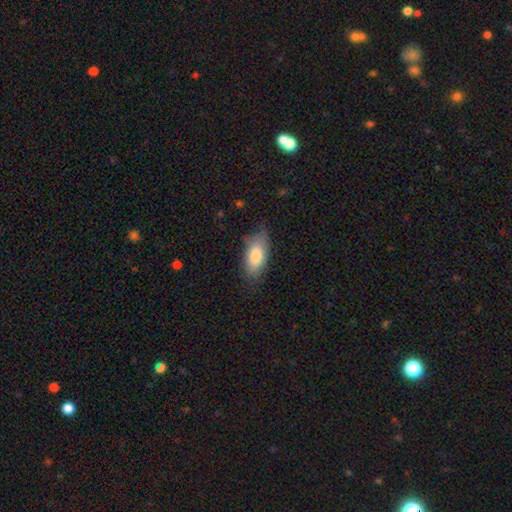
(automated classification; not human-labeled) Smooth or featured?
  - smooth: 81% *
  - featured or disk: 13%
  - star or artifact: 6%
How rounded?
  - in between: 88% *
  - cigar-shaped: 10%
  - round: 3%
Merging?
  - none: 70% *
  - minor disturbance: 23%
  - major disturbance: 5%
  - merger: 1%